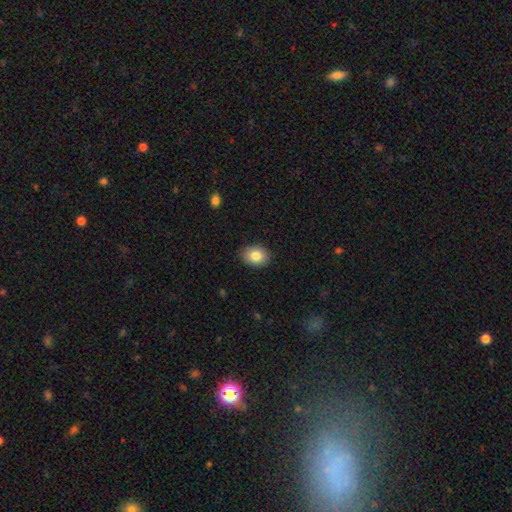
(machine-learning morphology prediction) Overall: smooth (83%). How rounded: in between (67%; round 32%). Merging: none (89%).